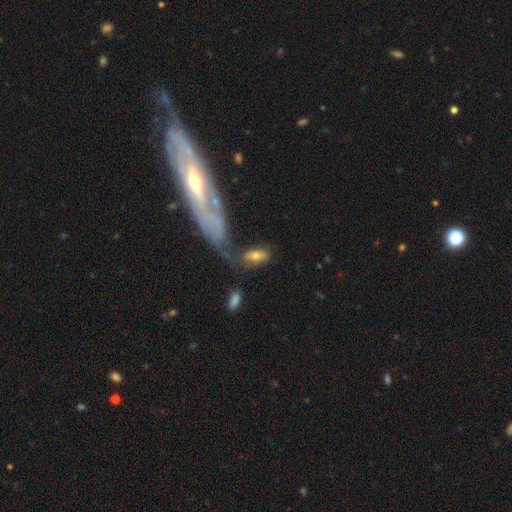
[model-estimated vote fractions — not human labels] Smooth or featured? Predicted: smooth (p=0.63). How rounded? Predicted: in between (p=0.81). Merging? Predicted: none (p=0.51).